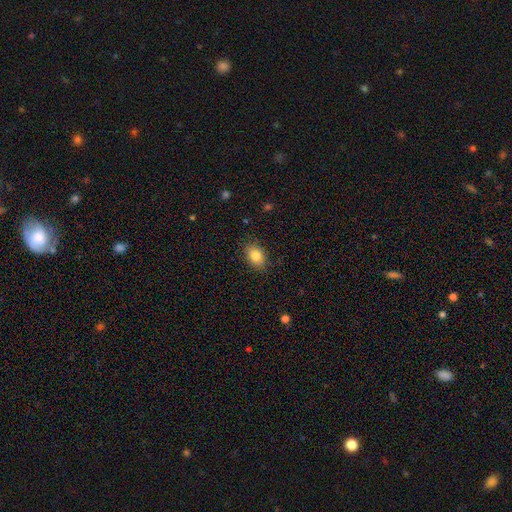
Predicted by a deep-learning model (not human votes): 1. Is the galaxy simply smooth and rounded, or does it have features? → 84% smooth, 8% star or artifact, 7% featured or disk.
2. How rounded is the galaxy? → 83% in between, 15% round, 1% cigar-shaped.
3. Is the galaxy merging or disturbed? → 85% none, 11% minor disturbance, 3% major disturbance, 1% merger.